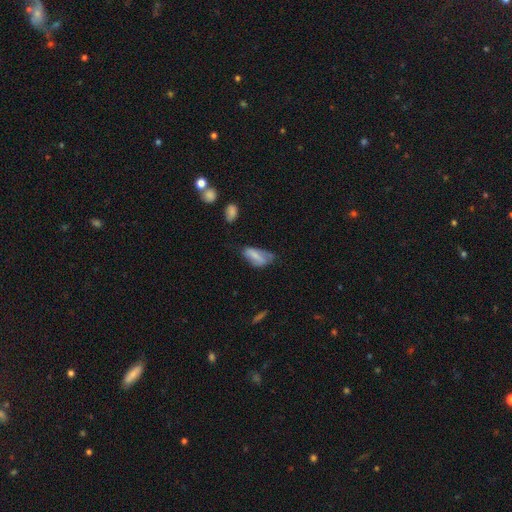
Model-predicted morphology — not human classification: Smooth or featured?
  - smooth: 67% *
  - featured or disk: 25%
  - star or artifact: 8%
How rounded?
  - in between: 84% *
  - cigar-shaped: 13%
  - round: 3%
Merging?
  - minor disturbance: 39% *
  - none: 37%
  - major disturbance: 20%
  - merger: 4%